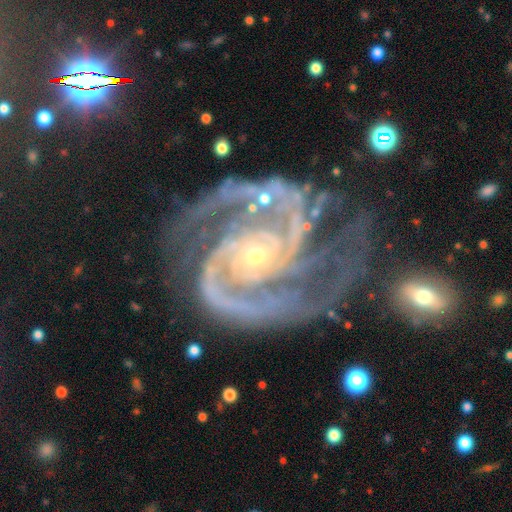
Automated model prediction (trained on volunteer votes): Smooth or featured? Predicted: featured or disk (p=0.93). Edge-on disk? Predicted: no (p=0.98). Bar? Predicted: no (p=0.66). Spiral arms? Predicted: yes (p=0.99). Spiral winding? Predicted: tight (p=0.58). Spiral arm count? Predicted: 2 (p=0.72). Bulge size? Predicted: small (p=0.81). Merging? Predicted: none (p=0.57).